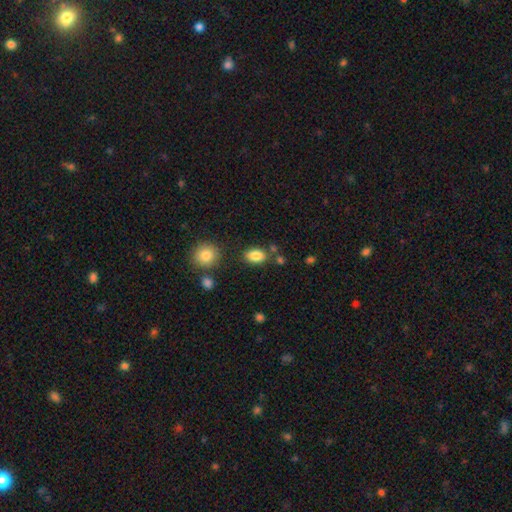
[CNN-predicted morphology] smooth-or-featured: smooth: 85% | star or artifact: 9% | featured or disk: 6%
  how-rounded: in between: 86% | round: 13% | cigar-shaped: 2%
  merging: none: 75% | minor disturbance: 13% | merger: 8% | major disturbance: 4%